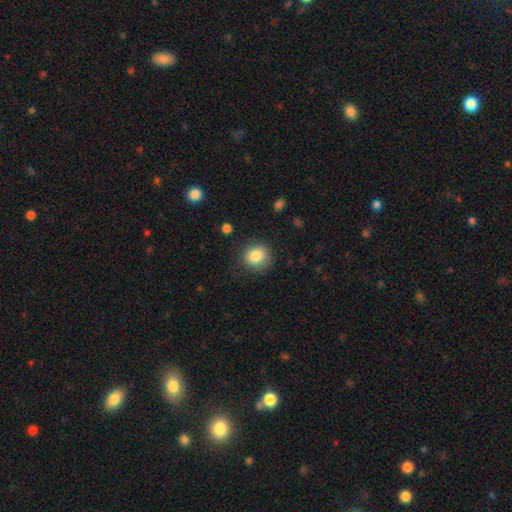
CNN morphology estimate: Smooth or featured? smooth (84%)
How rounded? round (83%)
Merging? none (83%)